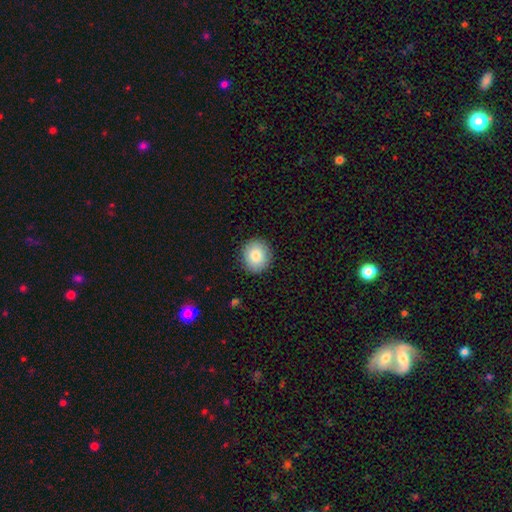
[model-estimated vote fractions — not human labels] This appears to be a smooth galaxy with no disk features (83%) that is round (85%). Merging: none (89%).